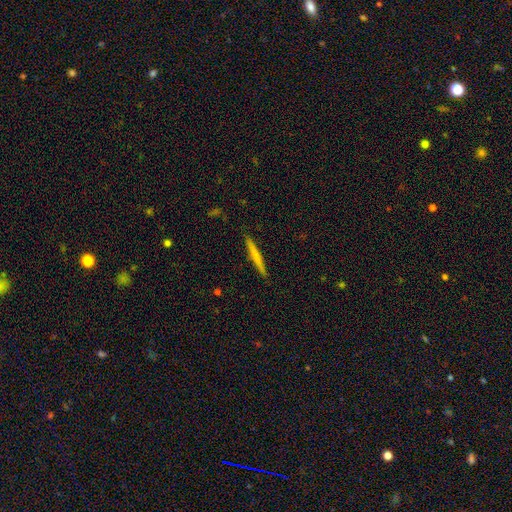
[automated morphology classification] A smooth galaxy with no disk features (62%) that is cigar-shaped (96%). Merging: none (91%).